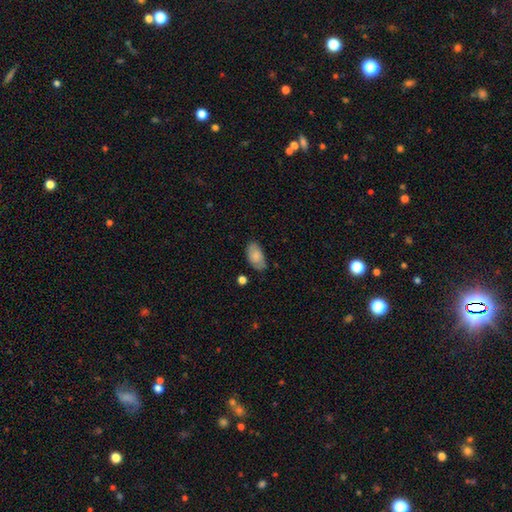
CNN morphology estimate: Overall: smooth (82%). How rounded: in between (93%). Merging: none (72%).